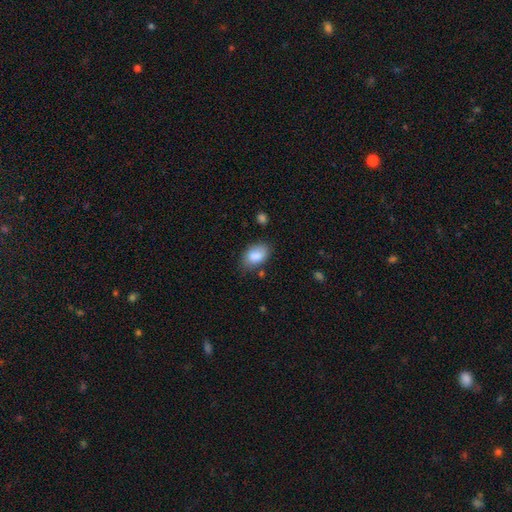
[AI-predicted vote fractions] smooth_or_featured: smooth (p=0.85) [alt: featured or disk p=0.08]
how_rounded: in between (p=0.90) [alt: round p=0.08]
merging: none (p=0.70) [alt: minor disturbance p=0.23]